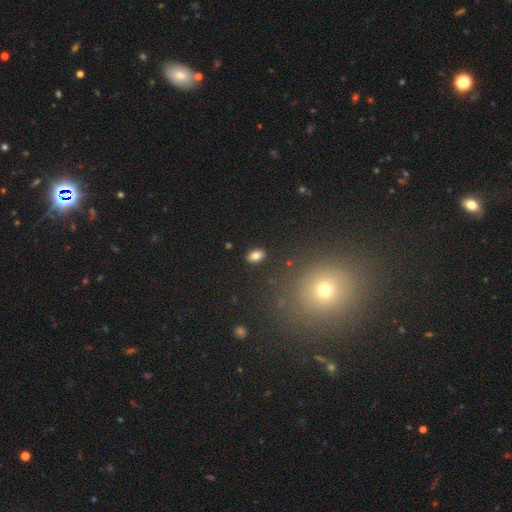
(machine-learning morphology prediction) A smooth galaxy with no disk features (82%) that is in between round and cigar-shaped (86%).

Vote fractions:
- Smooth or featured? smooth: 82% / star or artifact: 11% / featured or disk: 7%
- How rounded? in between: 86% / round: 12% / cigar-shaped: 2%
- Merging? none: 88% / minor disturbance: 8% / major disturbance: 2% / merger: 2%